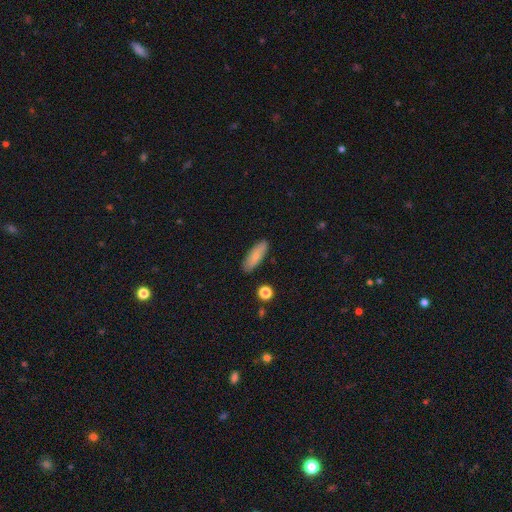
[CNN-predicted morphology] Smooth or featured: smooth — 80% (featured or disk — 13%)
How rounded: in between — 59% (cigar-shaped — 38%)
Merging: none — 87% (minor disturbance — 9%)